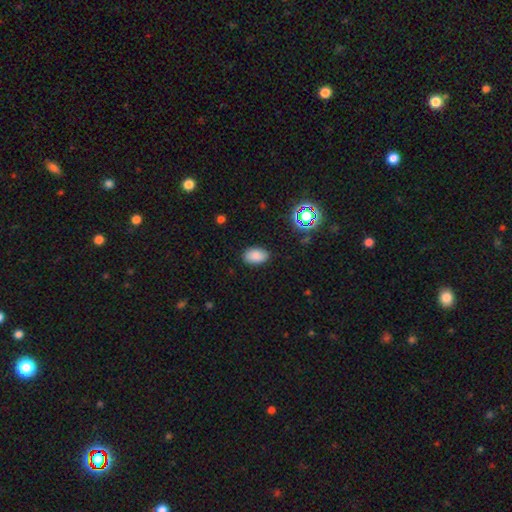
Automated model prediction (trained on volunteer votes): Overall: smooth (84%). How rounded: in between (90%). Merging: none (86%).